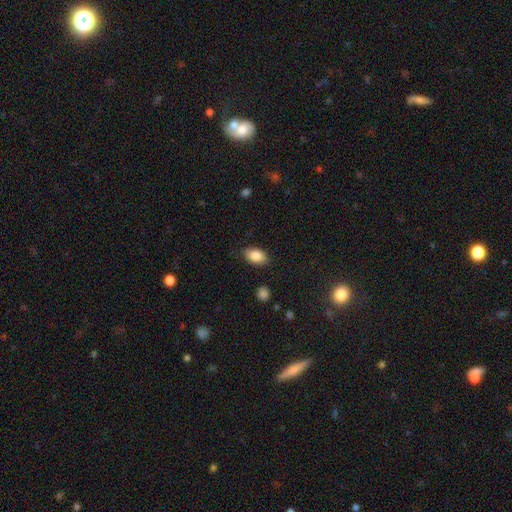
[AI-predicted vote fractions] This appears to be a smooth galaxy with no disk features (86%) that is in between round and cigar-shaped (91%). Merging: none (83%).